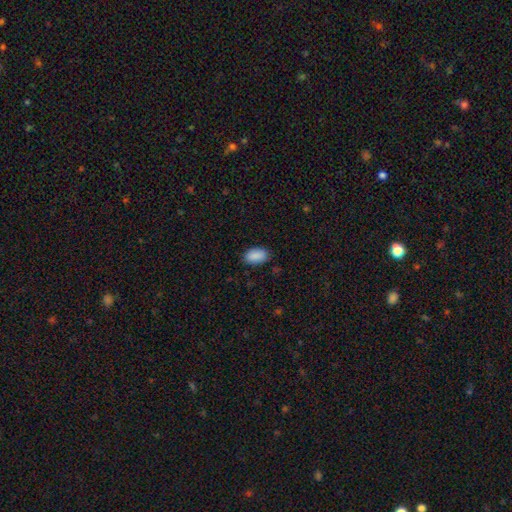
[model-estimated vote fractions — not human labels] Overall: smooth (90%). How rounded: in between (92%). Merging: none (84%).